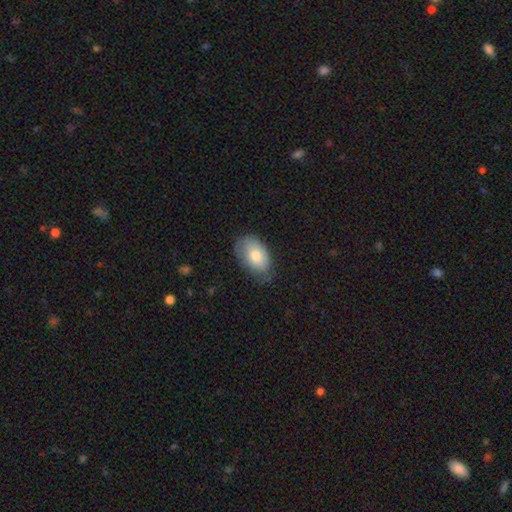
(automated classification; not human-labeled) Smooth or featured? smooth (75%)
How rounded? in between (91%)
Merging? none (67%)